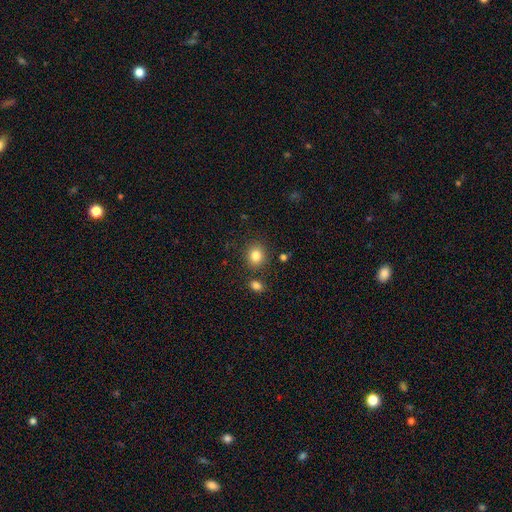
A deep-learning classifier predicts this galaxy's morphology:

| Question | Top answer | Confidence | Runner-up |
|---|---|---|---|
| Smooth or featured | smooth | 83% | star or artifact (11%) |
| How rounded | round | 75% | in between (24%) |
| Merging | none | 84% | minor disturbance (8%) |